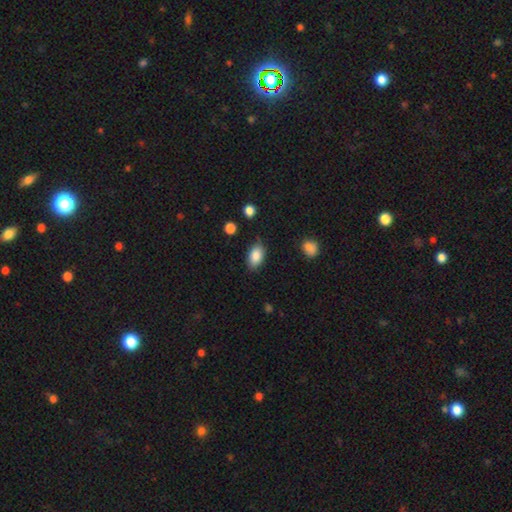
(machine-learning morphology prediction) This appears to be a smooth galaxy with no disk features (87%) that is in between round and cigar-shaped (91%). Merging: none (78%).